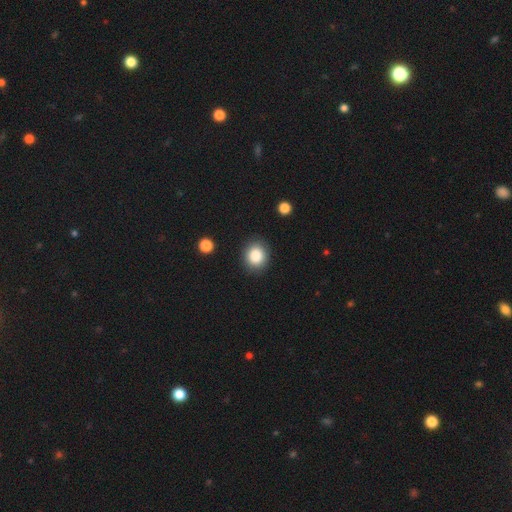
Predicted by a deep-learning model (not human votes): Overall: smooth (86%). How rounded: round (74%). Merging: none (87%).